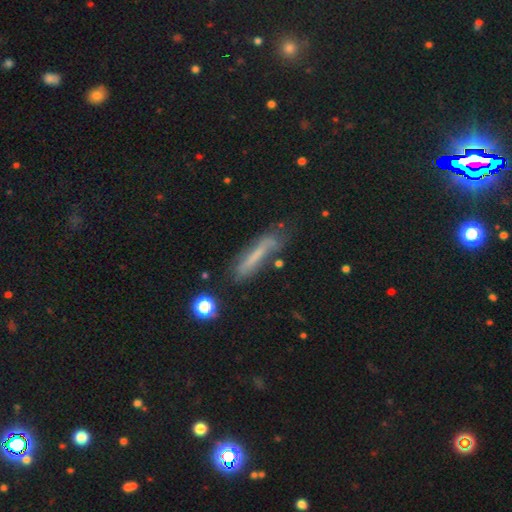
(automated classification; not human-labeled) This is possibly a smooth galaxy (52%). How rounded: clearly cigar-shaped (86%). Merging: possibly none (58%).